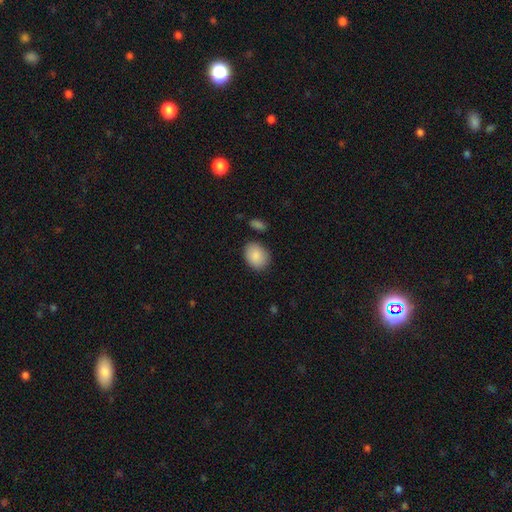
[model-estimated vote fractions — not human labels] Smooth or featured: smooth — 89% (star or artifact — 6%)
How rounded: in between — 61% (round — 38%)
Merging: none — 83% (minor disturbance — 11%)